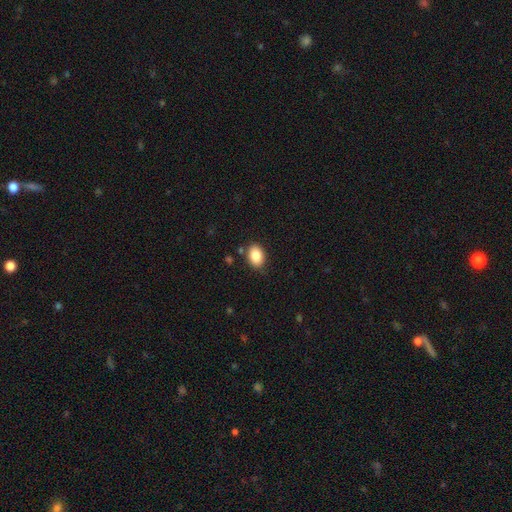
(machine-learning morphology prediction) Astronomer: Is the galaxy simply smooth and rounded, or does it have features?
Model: smooth — 86%.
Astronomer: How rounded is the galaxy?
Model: in between — 77%.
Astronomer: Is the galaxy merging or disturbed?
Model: none — 82%.